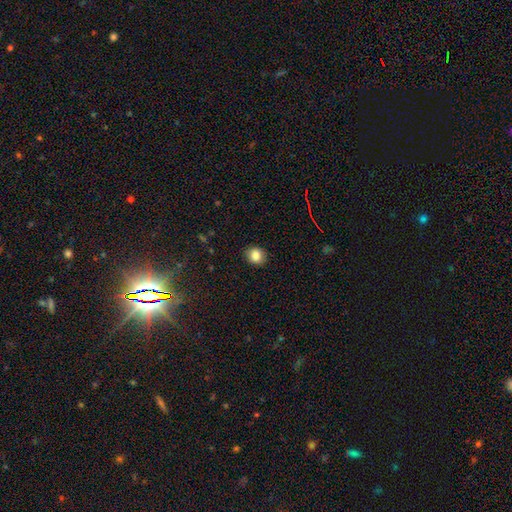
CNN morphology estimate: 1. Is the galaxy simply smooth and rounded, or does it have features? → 84% smooth, 10% star or artifact, 6% featured or disk.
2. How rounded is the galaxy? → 79% round, 20% in between, 1% cigar-shaped.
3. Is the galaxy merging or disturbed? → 90% none, 7% minor disturbance, 2% major disturbance, 1% merger.